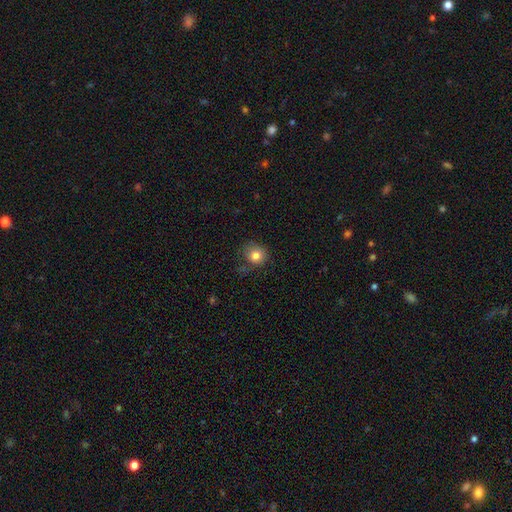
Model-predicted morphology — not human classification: type=smooth (81%); roundness=round (82%); merging=none (69%).